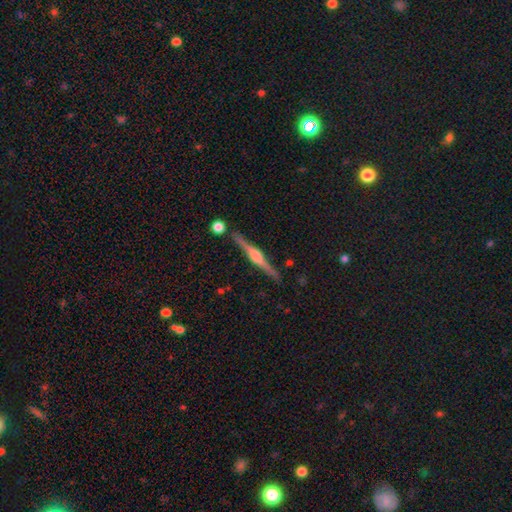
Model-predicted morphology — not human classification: Smooth or featured?
  - featured or disk: 85% *
  - smooth: 10%
  - star or artifact: 6%
Edge-on disk?
  - yes: 98% *
  - no: 2%
Edge-on bulge?
  - rounded: 85% *
  - boxy: 11%
  - none: 4%
Merging?
  - none: 88% *
  - minor disturbance: 7%
  - merger: 3%
  - major disturbance: 2%